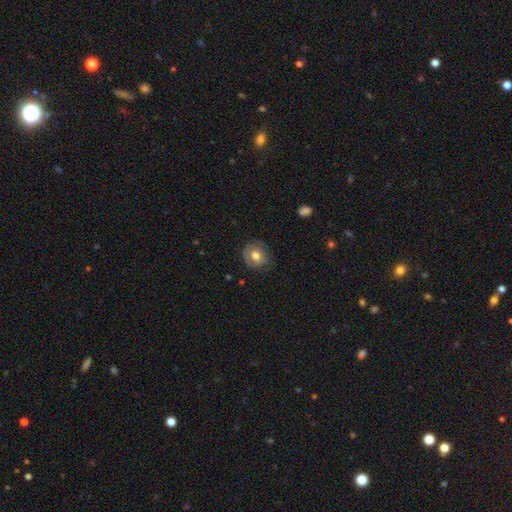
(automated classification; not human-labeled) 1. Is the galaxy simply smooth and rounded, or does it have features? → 66% smooth, 26% featured or disk, 8% star or artifact.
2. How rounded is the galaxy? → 75% round, 24% in between, 1% cigar-shaped.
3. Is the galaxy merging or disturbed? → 75% none, 19% minor disturbance, 5% major disturbance, 1% merger.